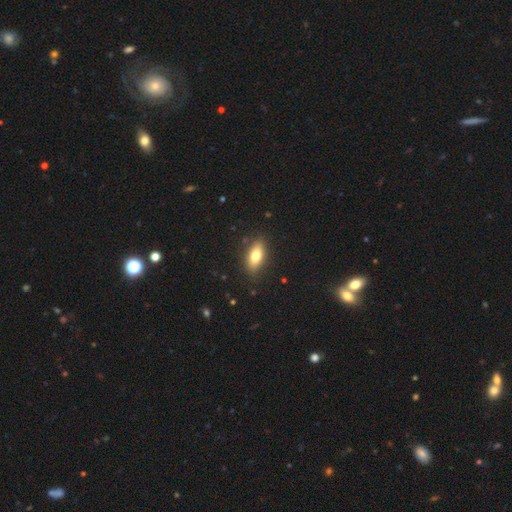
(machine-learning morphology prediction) smooth_or_featured: smooth (p=0.77) [alt: featured or disk p=0.15]
how_rounded: in between (p=0.83) [alt: cigar-shaped p=0.14]
merging: none (p=0.86) [alt: minor disturbance p=0.10]